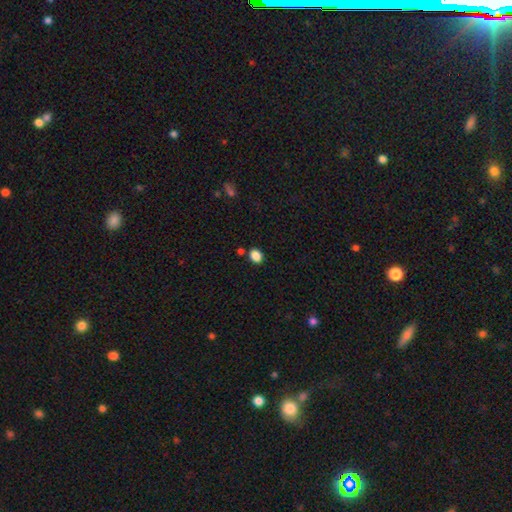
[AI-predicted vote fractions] Q: Smooth or featured?
A: smooth (87%); runner-up: star or artifact (10%)
Q: How rounded?
A: in between (61%); runner-up: round (38%)
Q: Merging?
A: none (80%); runner-up: minor disturbance (10%)